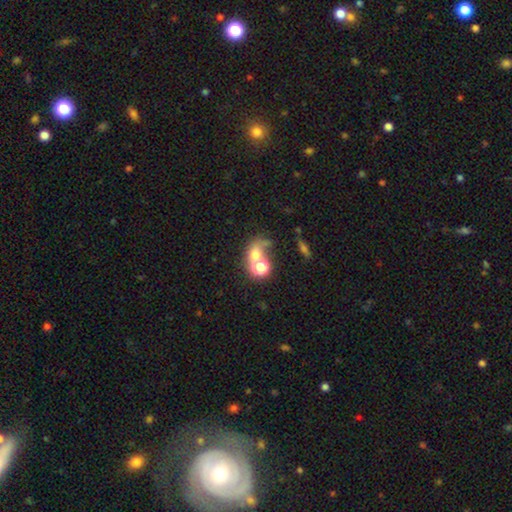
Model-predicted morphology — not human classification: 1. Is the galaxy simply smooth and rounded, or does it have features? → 58% smooth, 21% star or artifact, 21% featured or disk.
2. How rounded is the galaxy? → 58% round, 40% in between, 2% cigar-shaped.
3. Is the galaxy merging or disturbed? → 54% merger, 25% none, 12% major disturbance, 9% minor disturbance.